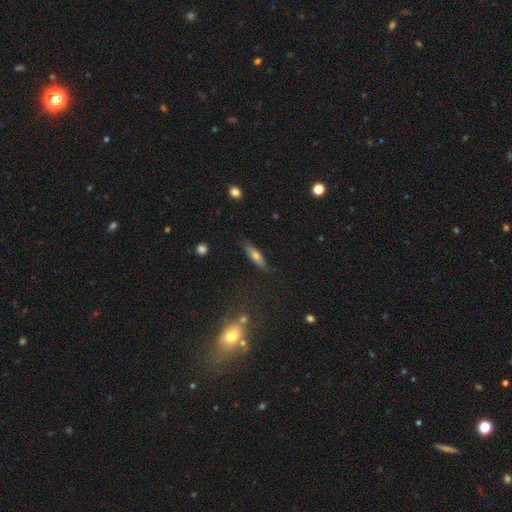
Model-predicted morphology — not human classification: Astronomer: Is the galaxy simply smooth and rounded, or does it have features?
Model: smooth — 61%.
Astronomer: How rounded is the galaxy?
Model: cigar-shaped — 59% (runner-up: in between, 38%).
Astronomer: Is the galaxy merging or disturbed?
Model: none — 82%.